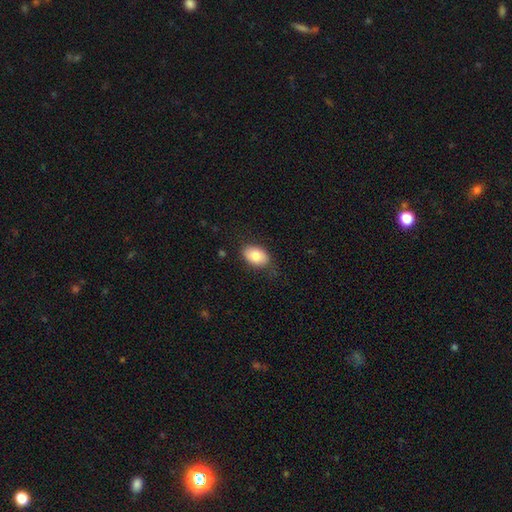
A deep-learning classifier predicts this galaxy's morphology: type=smooth (79%); roundness=in between (86%); merging=none (77%).